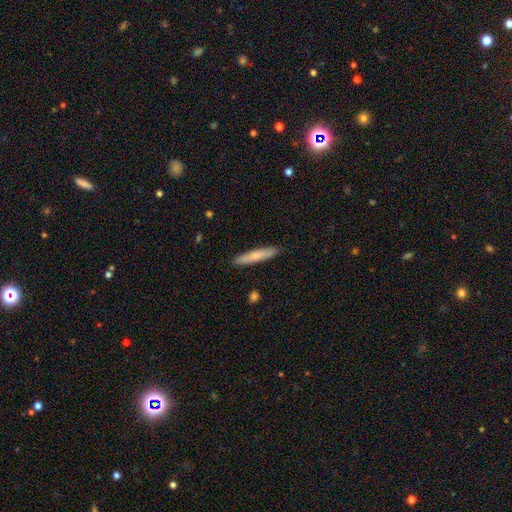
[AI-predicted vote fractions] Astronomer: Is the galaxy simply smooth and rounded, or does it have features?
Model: smooth — 74%.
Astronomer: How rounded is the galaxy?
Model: cigar-shaped — 90%.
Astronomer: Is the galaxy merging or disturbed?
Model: none — 90%.